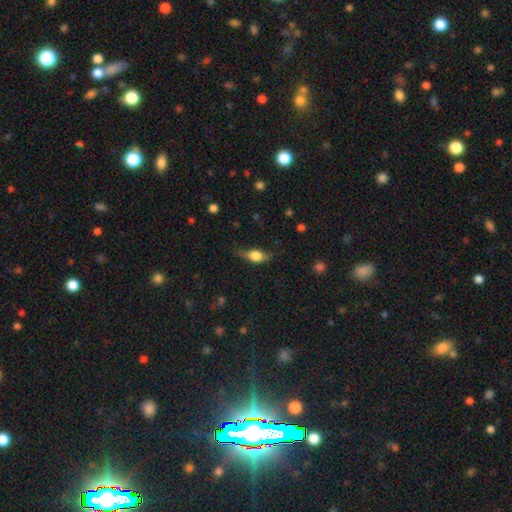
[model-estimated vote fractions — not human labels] Smooth or featured? Predicted: smooth (p=0.58). How rounded? Predicted: in between (p=0.69). Merging? Predicted: none (p=0.59).